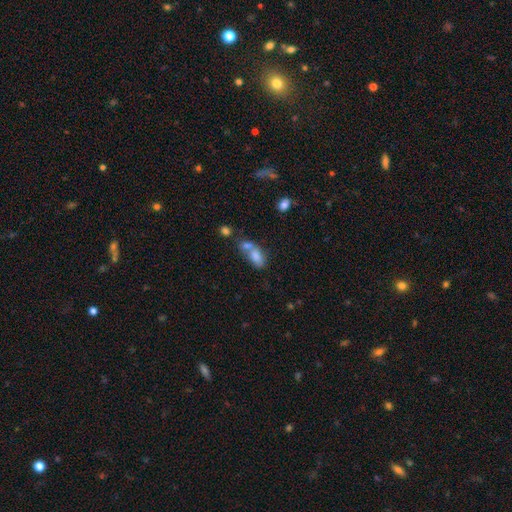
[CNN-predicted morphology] smooth_or_featured: smooth (p=0.76) [alt: featured or disk p=0.14]
how_rounded: in between (p=0.86) [alt: round p=0.09]
merging: merger (p=0.57) [alt: none p=0.26]